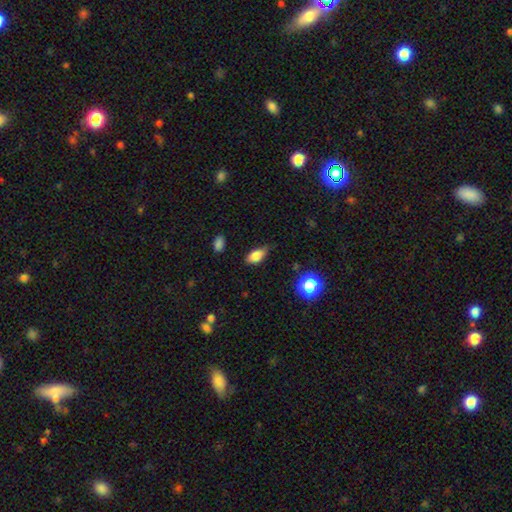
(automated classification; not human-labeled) Smooth or featured: smooth — 81% (featured or disk — 10%)
How rounded: in between — 86% (round — 8%)
Merging: none — 61% (minor disturbance — 31%)